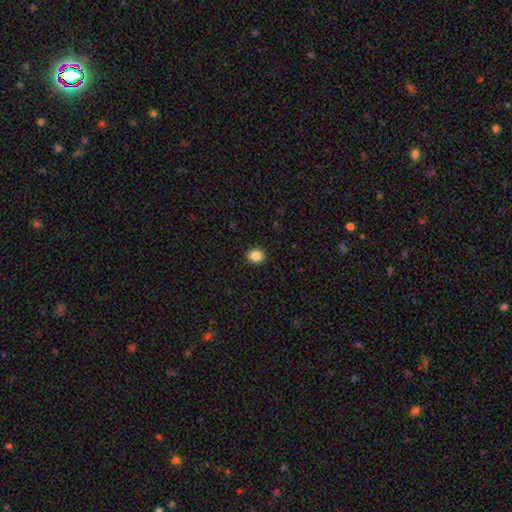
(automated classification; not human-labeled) Morphology: type=smooth (86%); roundness=in between (59%); merging=none (90%).